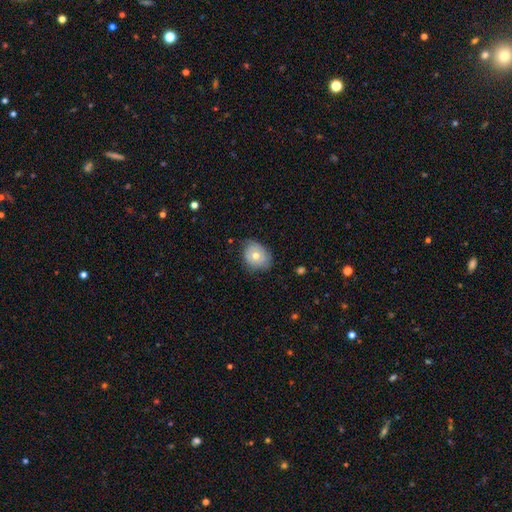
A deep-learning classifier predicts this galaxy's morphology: Smooth or featured? Predicted: smooth (p=0.60). How rounded? Predicted: round (p=0.59). Merging? Predicted: none (p=0.66).